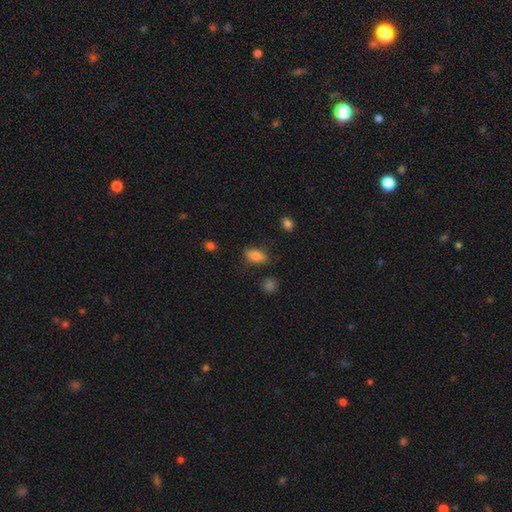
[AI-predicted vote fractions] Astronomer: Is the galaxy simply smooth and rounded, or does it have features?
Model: smooth — 85%.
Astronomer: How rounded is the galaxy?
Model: in between — 89%.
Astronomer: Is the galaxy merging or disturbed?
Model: none — 77%.